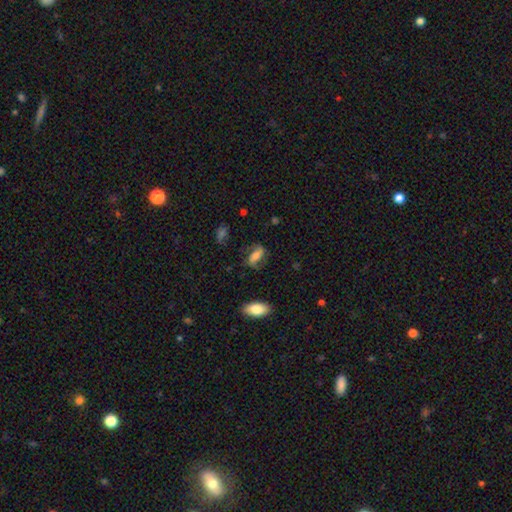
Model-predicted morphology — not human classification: A smooth galaxy with no disk features (49%). Merging: none (70%).